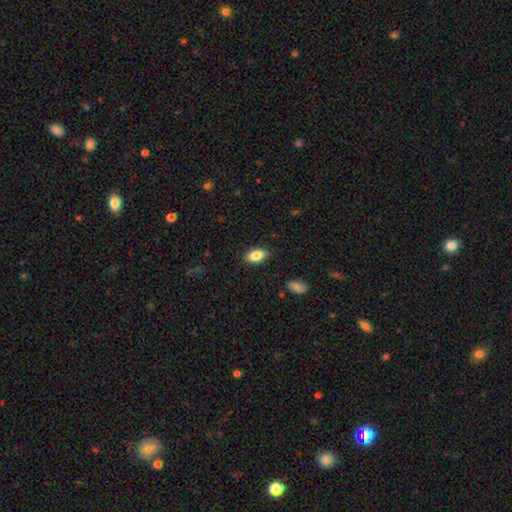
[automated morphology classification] Smooth or featured? smooth (85%)
How rounded? in between (91%)
Merging? none (85%)